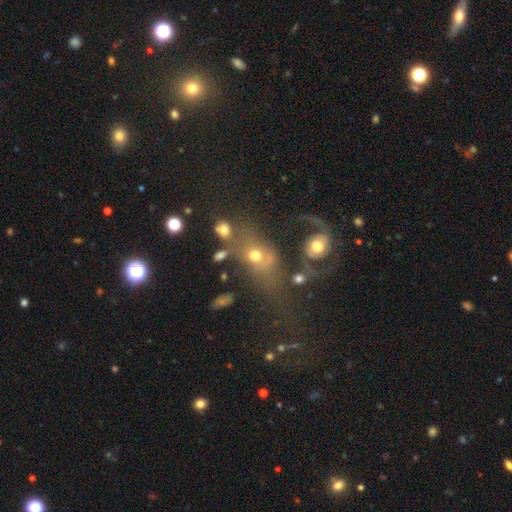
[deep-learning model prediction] This appears to be a smooth galaxy with no disk features (52%) that is in between round and cigar-shaped (51%). Merging: merger (34%).